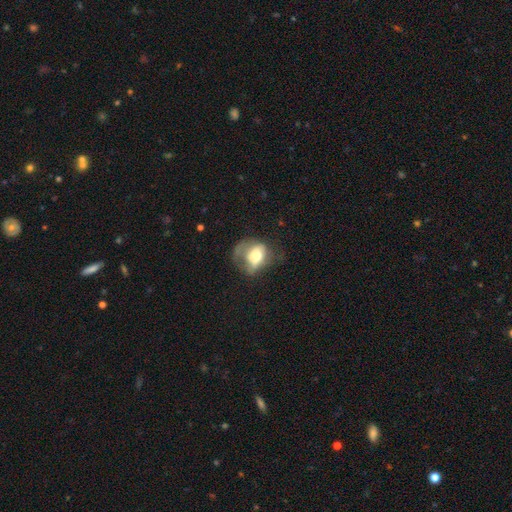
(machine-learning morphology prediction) Q: Smooth or featured?
A: smooth (55%); runner-up: featured or disk (37%)
Q: How rounded?
A: in between (60%); runner-up: round (39%)
Q: Merging?
A: major disturbance (43%); runner-up: none (27%)